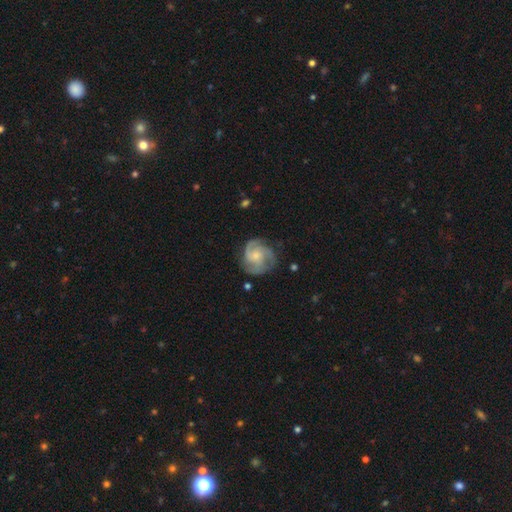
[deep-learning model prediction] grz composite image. It shows a featured or disk galaxy (79%) with no bar (70%), 3 (57%) medium (46%) spiral arms (96%) and a moderate central bulge (43%). Merging: none (73%).